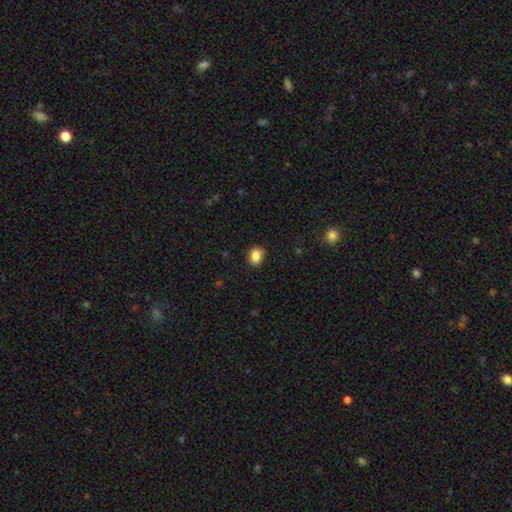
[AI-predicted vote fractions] smooth_or_featured: smooth (p=0.86) [alt: star or artifact p=0.10]
how_rounded: round (p=0.54) [alt: in between p=0.45]
merging: none (p=0.81) [alt: minor disturbance p=0.15]